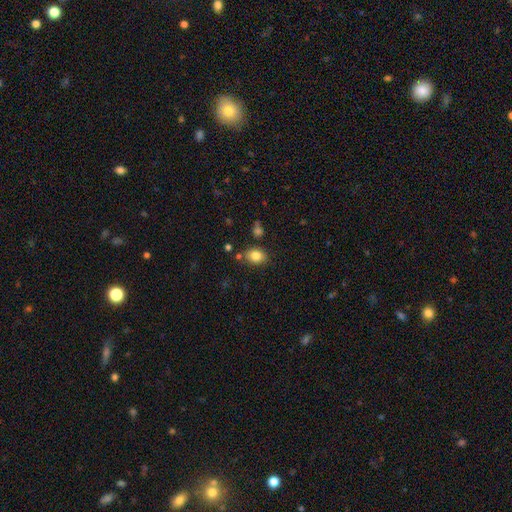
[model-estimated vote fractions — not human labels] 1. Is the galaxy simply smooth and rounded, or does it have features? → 83% smooth, 10% star or artifact, 7% featured or disk.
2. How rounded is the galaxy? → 59% in between, 40% round, 1% cigar-shaped.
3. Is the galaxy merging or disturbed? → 77% none, 13% minor disturbance, 6% merger, 3% major disturbance.